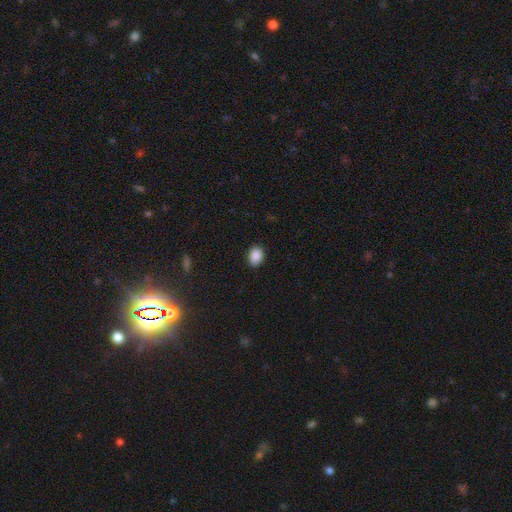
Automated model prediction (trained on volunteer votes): This appears to be a smooth galaxy with no disk features (88%) that is in between round and cigar-shaped (66%). Merging: none (84%).